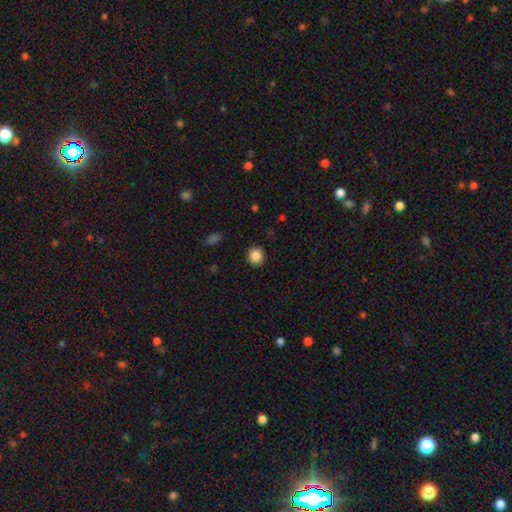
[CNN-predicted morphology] smooth-or-featured: smooth: 86% | star or artifact: 9% | featured or disk: 4%
  how-rounded: round: 87% | in between: 12% | cigar-shaped: 1%
  merging: none: 91% | minor disturbance: 6% | major disturbance: 2% | merger: 1%